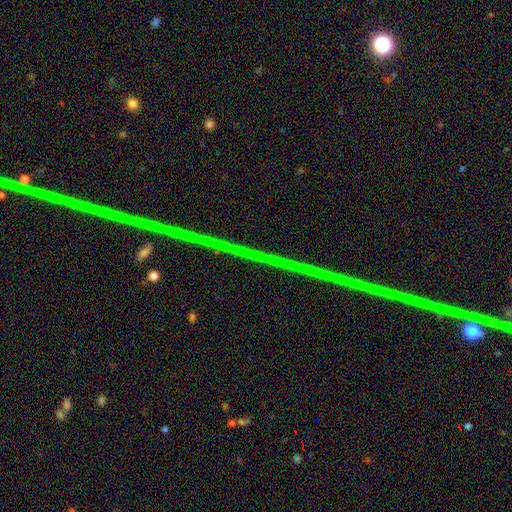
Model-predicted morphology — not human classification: Overall: star or artifact (78%).